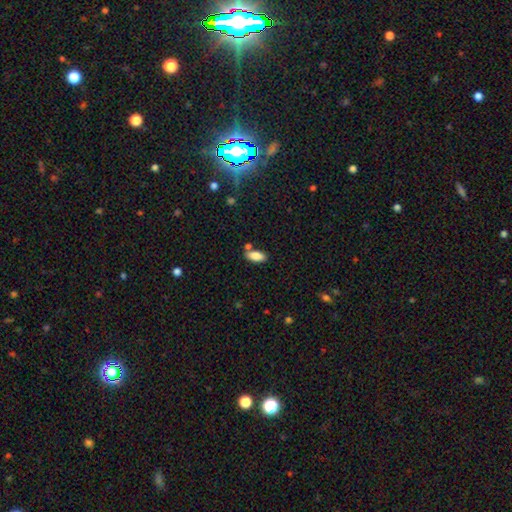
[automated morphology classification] This appears to be a smooth galaxy with no disk features (86%) that is in between round and cigar-shaped (88%). Merging: none (72%).